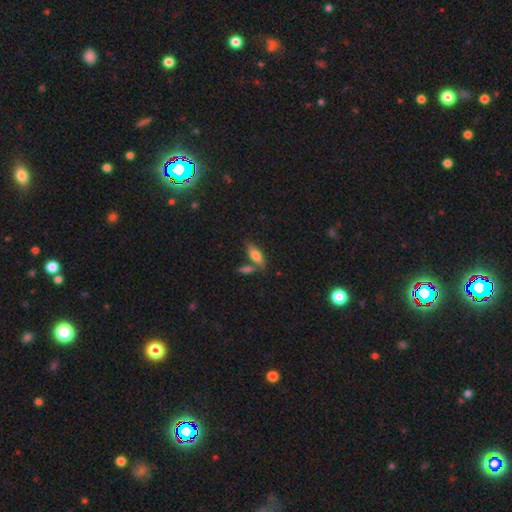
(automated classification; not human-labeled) This is likely a smooth galaxy (71%). How rounded: likely in between (67%). Merging: likely none (62%).